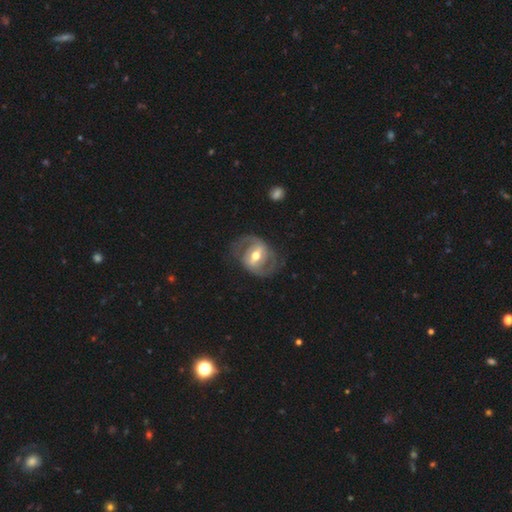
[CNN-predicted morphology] A featured or disk galaxy (82%) with a strong bar (46%), 2 (88%) medium (50%) spiral arms (87%) and a moderate central bulge (74%). Merging: none (70%).